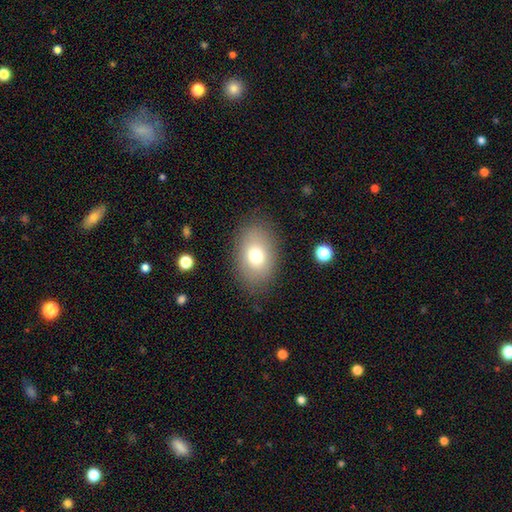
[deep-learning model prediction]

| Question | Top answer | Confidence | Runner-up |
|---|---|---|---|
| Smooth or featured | smooth | 74% | featured or disk (16%) |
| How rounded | in between | 82% | round (17%) |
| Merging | none | 83% | minor disturbance (11%) |